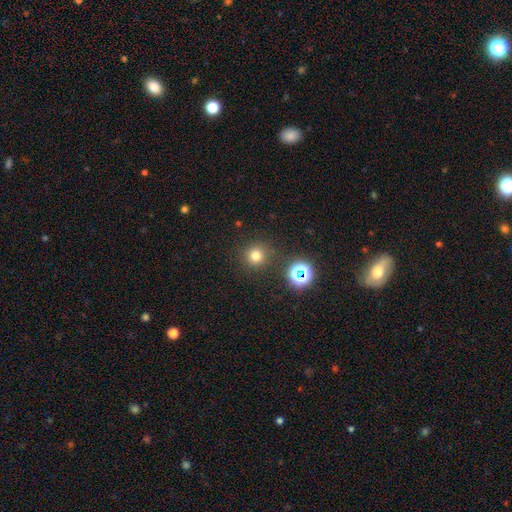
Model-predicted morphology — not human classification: Smooth or featured: smooth — 73% (star or artifact — 21%)
How rounded: round — 94% (in between — 5%)
Merging: none — 87% (minor disturbance — 7%)